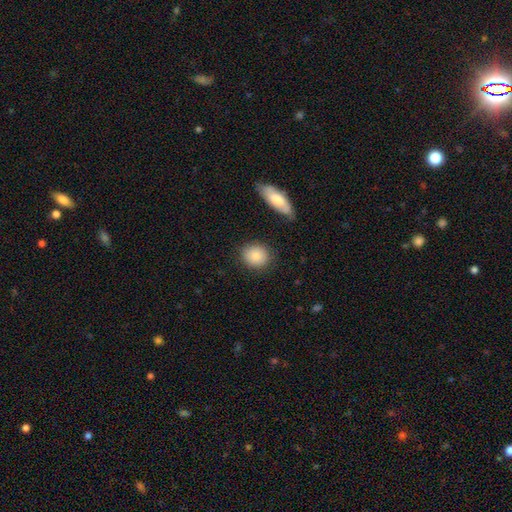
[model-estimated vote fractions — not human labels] The model was most divided on "how rounded": round: 77%, in between: 21%, cigar-shaped: 2%. More confident: smooth or featured — smooth (85%); merging — none (83%).